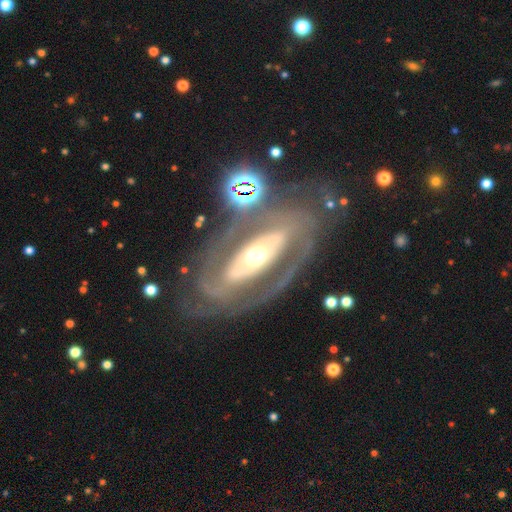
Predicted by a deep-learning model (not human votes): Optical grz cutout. It shows a featured or disk galaxy (84%) with no bar (41%), 2 (68%) tight (48%) spiral arms (76%) and a moderate central bulge (65%). Merging: none (67%).